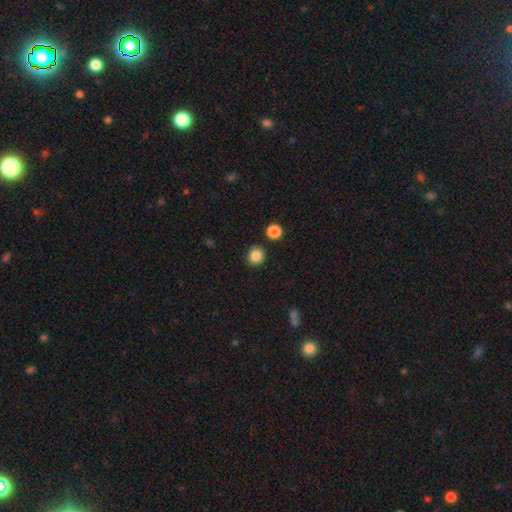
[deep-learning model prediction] Morphology: type=smooth (86%); roundness=round (90%); merging=none (88%).